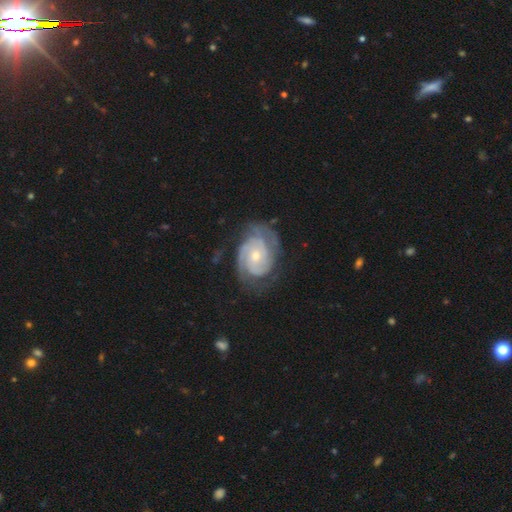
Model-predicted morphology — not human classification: Overall: featured or disk (86%). Edge-on disk: no (97%). Bar: no (74%). Spiral arms: yes (96%). Spiral arm count: 2 (44%; 3 21%). Spiral winding: tight (66%; medium 28%). Bulge size: small (57%; moderate 39%). Merging: none (65%).